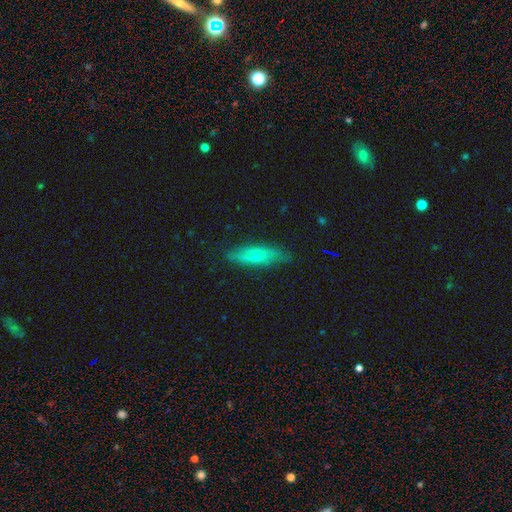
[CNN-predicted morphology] This is possibly a smooth galaxy (59%). How rounded: likely cigar-shaped (60%). Merging: likely none (79%).